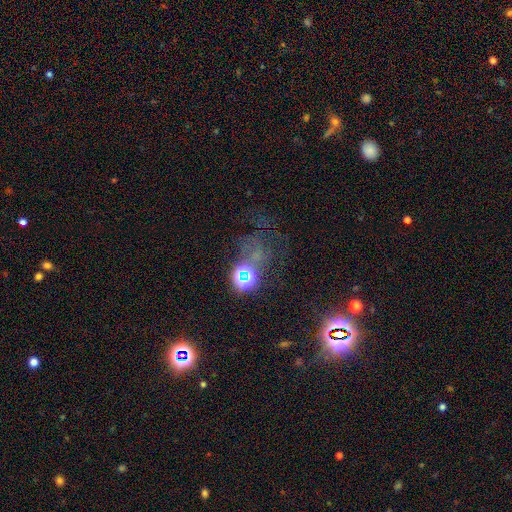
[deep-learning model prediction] This is possibly a star or artifact rather than a galaxy (52%).